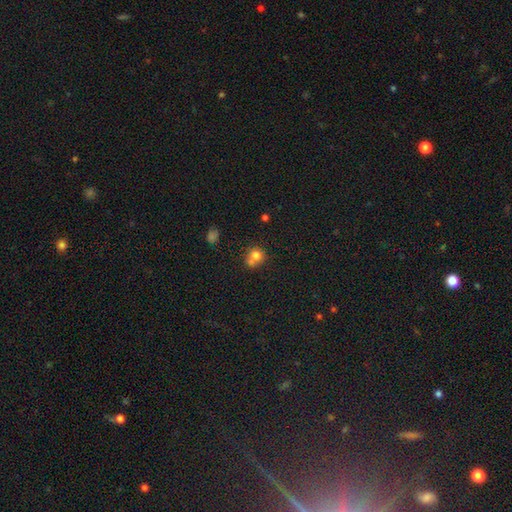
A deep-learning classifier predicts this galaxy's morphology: This appears to be a smooth galaxy with no disk features (75%) that is round (80%). Merging: none (43%).